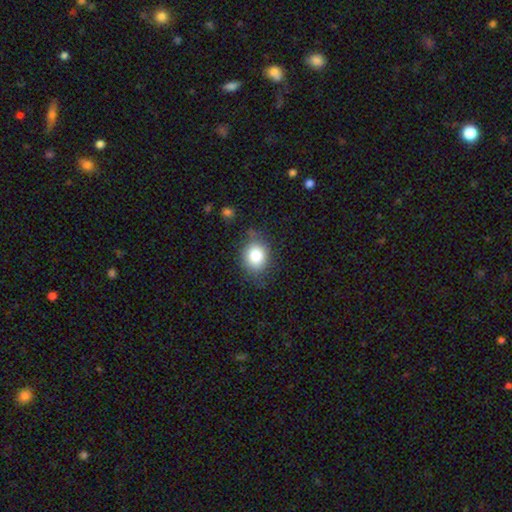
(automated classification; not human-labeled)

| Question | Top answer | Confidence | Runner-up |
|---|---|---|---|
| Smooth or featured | smooth | 83% | star or artifact (9%) |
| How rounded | round | 57% | in between (42%) |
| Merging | none | 71% | minor disturbance (21%) |